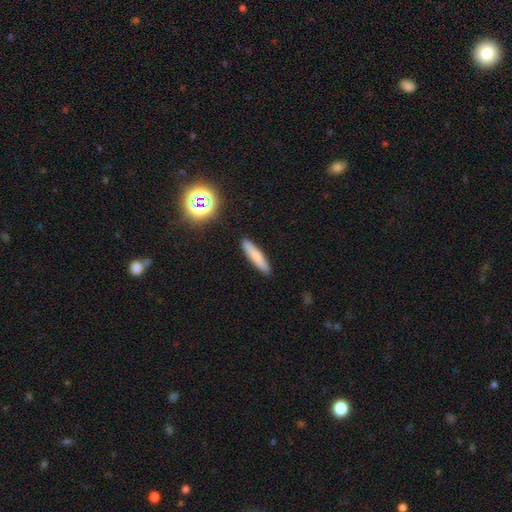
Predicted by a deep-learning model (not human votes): This is likely a smooth galaxy (76%). How rounded: clearly cigar-shaped (86%). Merging: clearly none (89%).